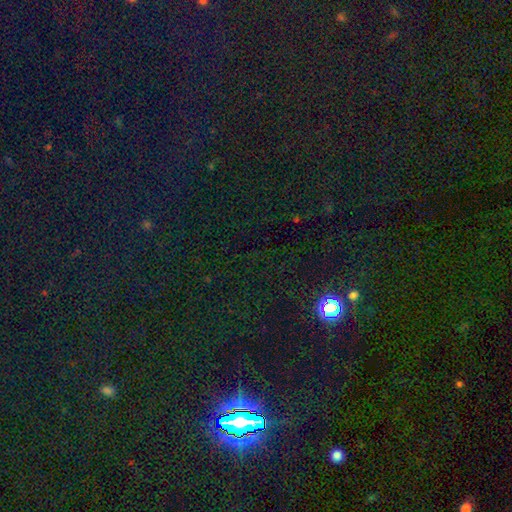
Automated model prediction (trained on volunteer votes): smooth-or-featured: star or artifact: 80% | smooth: 13% | featured or disk: 7%